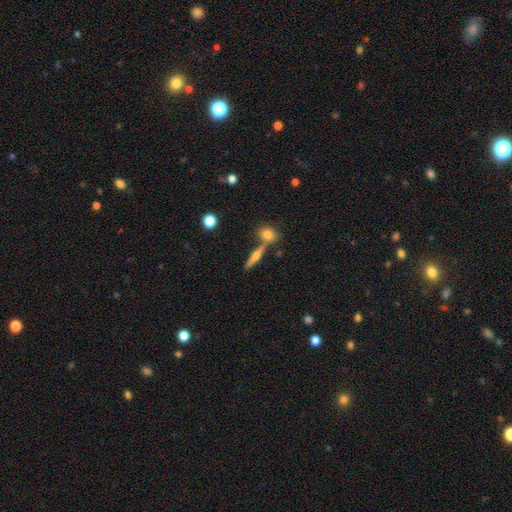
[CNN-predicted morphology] Smooth or featured? Predicted: featured or disk (p=0.54). Edge-on disk? Predicted: yes (p=0.94). Edge-on bulge? Predicted: rounded (p=0.88). Merging? Predicted: none (p=0.71).